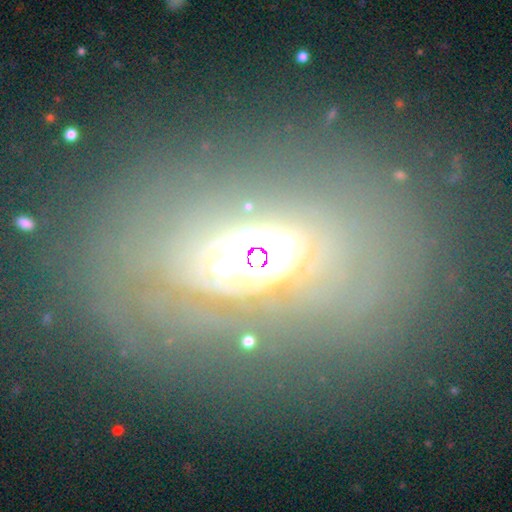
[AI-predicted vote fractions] smooth_or_featured: featured or disk (p=0.58) [alt: smooth p=0.23]
disk_edge_on: no (p=0.84) [alt: yes p=0.16]
merging: none (p=0.56) [alt: major disturbance p=0.20]